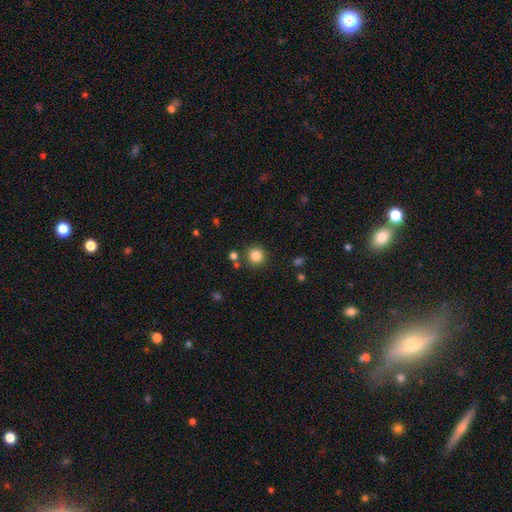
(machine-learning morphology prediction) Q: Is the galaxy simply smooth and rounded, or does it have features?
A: smooth — 84%.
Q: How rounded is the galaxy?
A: round — 92%.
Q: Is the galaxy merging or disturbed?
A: none — 85%.